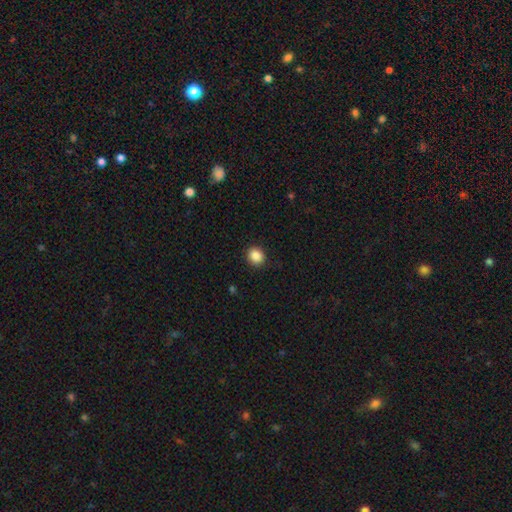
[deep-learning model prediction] smooth_or_featured: smooth (p=0.87) [alt: star or artifact p=0.09]
how_rounded: round (p=0.78) [alt: in between p=0.21]
merging: none (p=0.90) [alt: minor disturbance p=0.07]